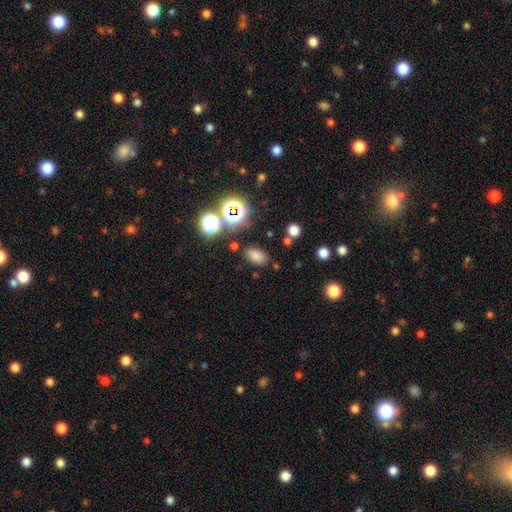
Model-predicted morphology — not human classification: Q: Smooth or featured?
A: smooth (73%); runner-up: star or artifact (21%)
Q: How rounded?
A: in between (86%); runner-up: round (12%)
Q: Merging?
A: none (80%); runner-up: minor disturbance (11%)